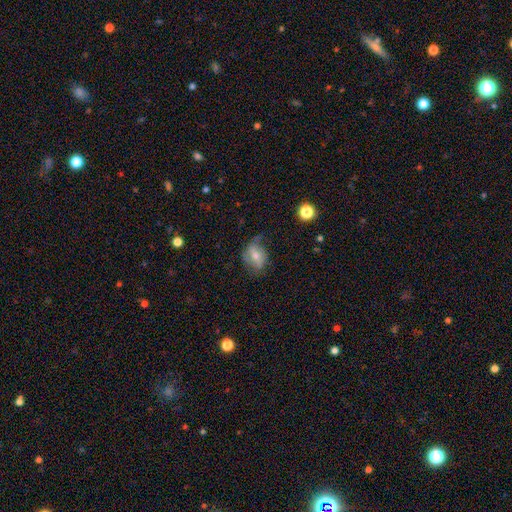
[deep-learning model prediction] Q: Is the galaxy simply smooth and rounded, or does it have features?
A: smooth — 51%.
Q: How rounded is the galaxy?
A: in between — 68%.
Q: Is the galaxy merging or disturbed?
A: none — 50%.